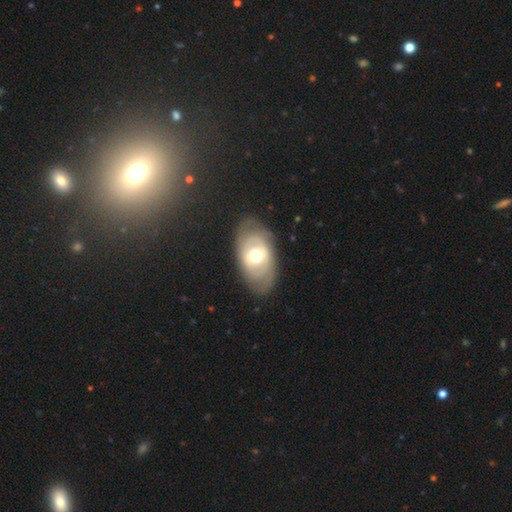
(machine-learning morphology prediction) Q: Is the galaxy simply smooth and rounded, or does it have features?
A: featured or disk — 60%.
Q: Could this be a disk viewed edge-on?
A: no — 92%.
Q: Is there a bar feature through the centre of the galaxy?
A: no — 59%.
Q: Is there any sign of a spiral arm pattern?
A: yes — 50%, tied with no.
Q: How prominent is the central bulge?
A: moderate — 72%.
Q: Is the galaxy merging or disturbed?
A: none — 77%.